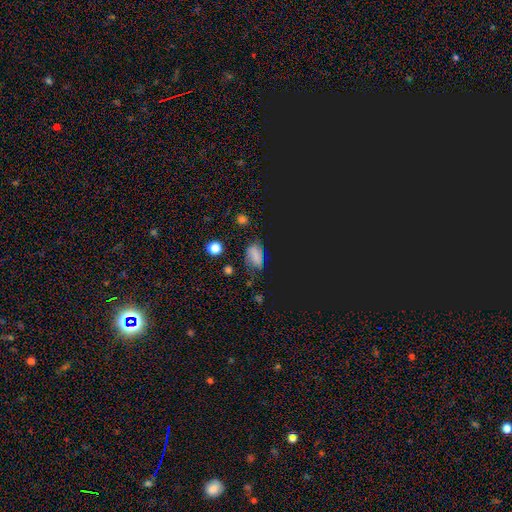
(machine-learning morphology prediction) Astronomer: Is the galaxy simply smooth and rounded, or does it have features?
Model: smooth — 47% (runner-up: star or artifact, 36%).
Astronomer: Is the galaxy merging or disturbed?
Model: none — 54%.